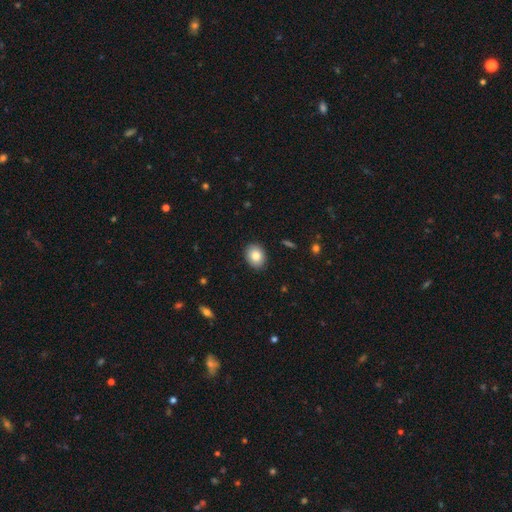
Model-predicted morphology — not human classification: smooth_or_featured: smooth (p=0.84) [alt: featured or disk p=0.09]
how_rounded: in between (p=0.59) [alt: round p=0.40]
merging: none (p=0.90) [alt: minor disturbance p=0.08]